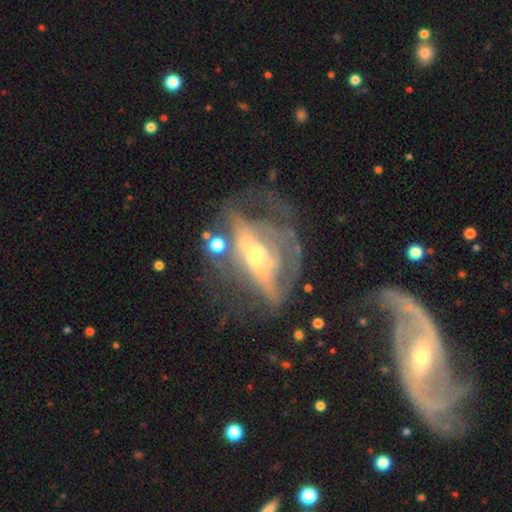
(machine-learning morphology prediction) type=featured or disk (73%); edge-on=no (78%); bar=no (49%); spiral arms=no (64%); bulge=moderate (47%); merging=major disturbance (44%).